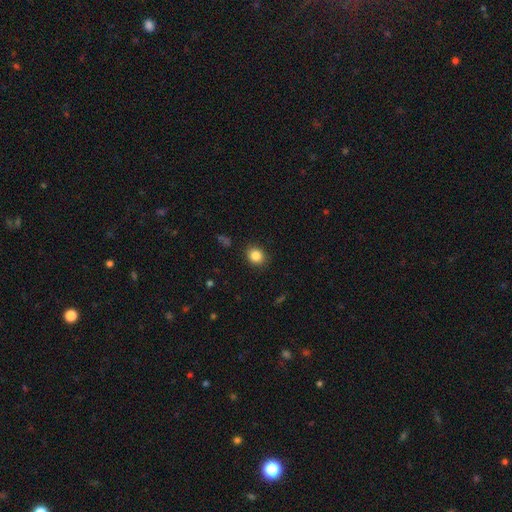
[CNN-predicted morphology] A smooth galaxy with no disk features (85%) that is round (67%).

Vote fractions:
- Smooth or featured? smooth: 85% / star or artifact: 10% / featured or disk: 5%
- How rounded? round: 67% / in between: 32% / cigar-shaped: 1%
- Merging? none: 89% / minor disturbance: 8% / major disturbance: 2% / merger: 1%